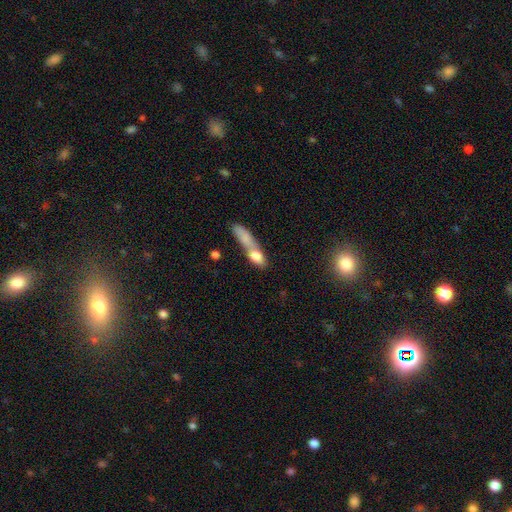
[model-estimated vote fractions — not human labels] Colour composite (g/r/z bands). It shows a smooth galaxy with no disk features (73%) that is in between round and cigar-shaped (51%). Merging: merger (61%).